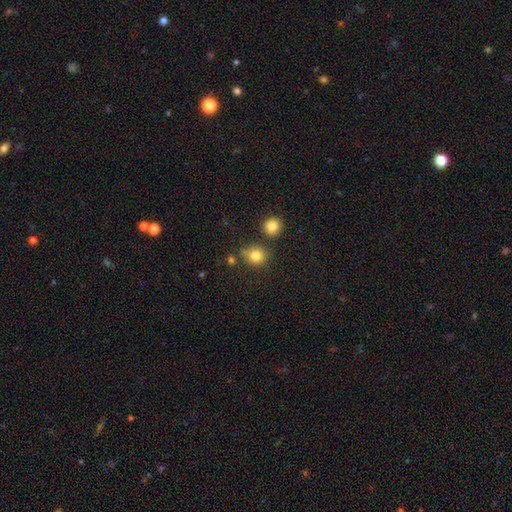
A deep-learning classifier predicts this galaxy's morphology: smooth 81%, star or artifact 12%, featured or disk 7%. Down the decision tree: how rounded — round (83%); merging — none (72%).